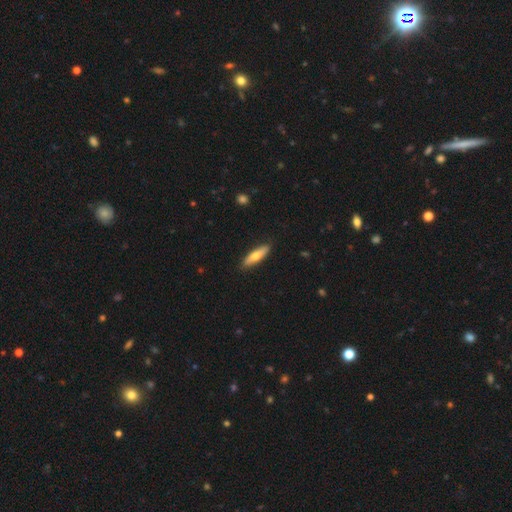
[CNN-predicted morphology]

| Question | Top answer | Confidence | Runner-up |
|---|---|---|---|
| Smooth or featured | smooth | 63% | featured or disk (32%) |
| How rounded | cigar-shaped | 68% | in between (30%) |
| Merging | none | 88% | minor disturbance (9%) |